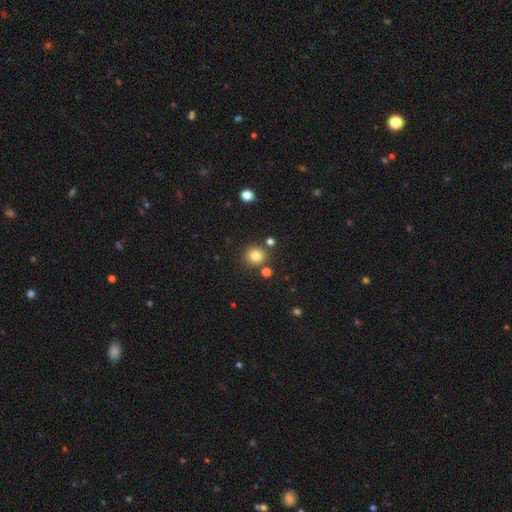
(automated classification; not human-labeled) Overall: smooth (80%). How rounded: round (91%). Merging: none (82%).